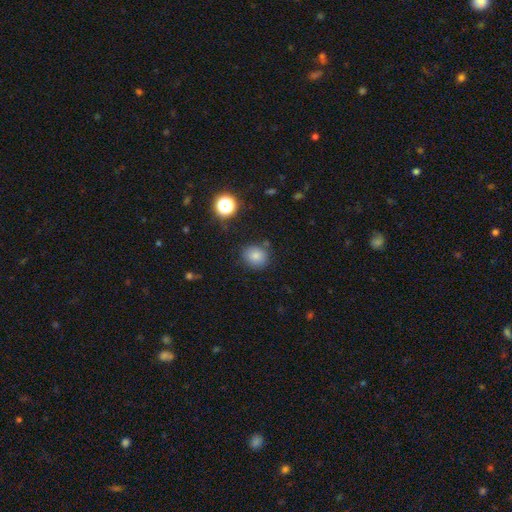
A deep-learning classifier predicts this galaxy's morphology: This is clearly a smooth galaxy (80%). How rounded: likely round (76%). Merging: clearly none (81%).